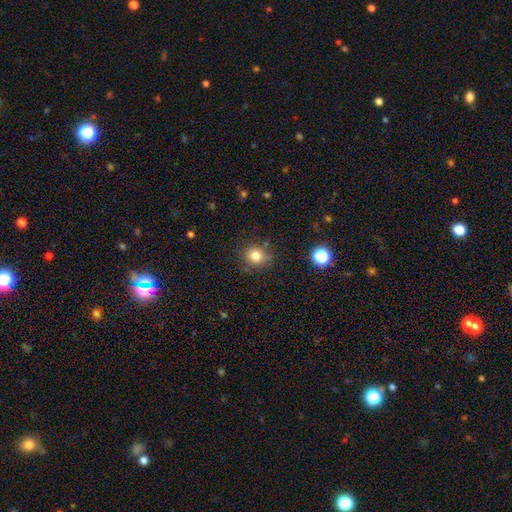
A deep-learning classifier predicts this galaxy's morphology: smooth_or_featured: smooth (p=0.80) [alt: star or artifact p=0.13]
how_rounded: round (p=0.82) [alt: in between p=0.17]
merging: none (p=0.80) [alt: minor disturbance p=0.13]